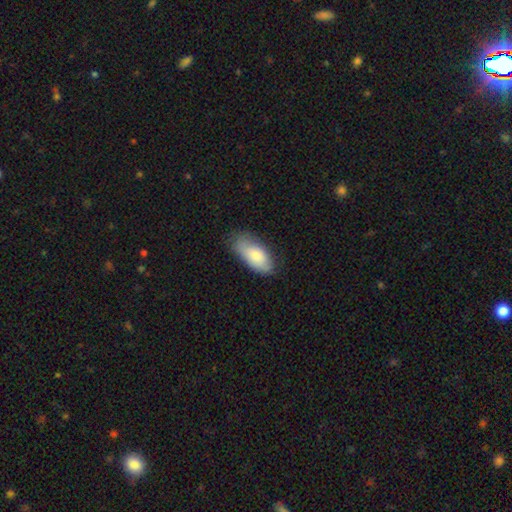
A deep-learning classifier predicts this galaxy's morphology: smooth_or_featured: smooth (p=0.77) [alt: featured or disk p=0.16]
how_rounded: in between (p=0.90) [alt: cigar-shaped p=0.08]
merging: none (p=0.65) [alt: minor disturbance p=0.27]